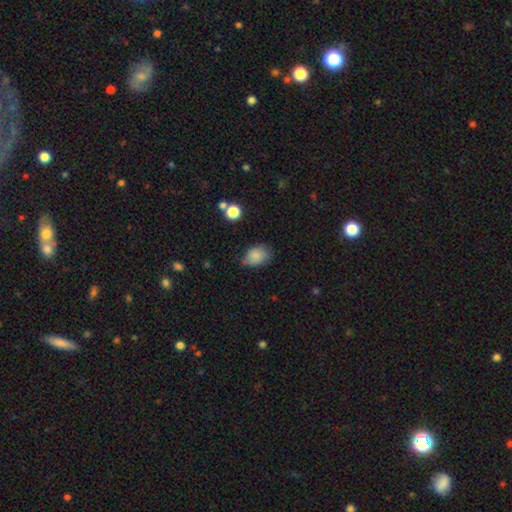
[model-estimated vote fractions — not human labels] smooth_or_featured: smooth (p=0.84) [alt: star or artifact p=0.09]
how_rounded: in between (p=0.74) [alt: round p=0.25]
merging: none (p=0.63) [alt: minor disturbance p=0.29]